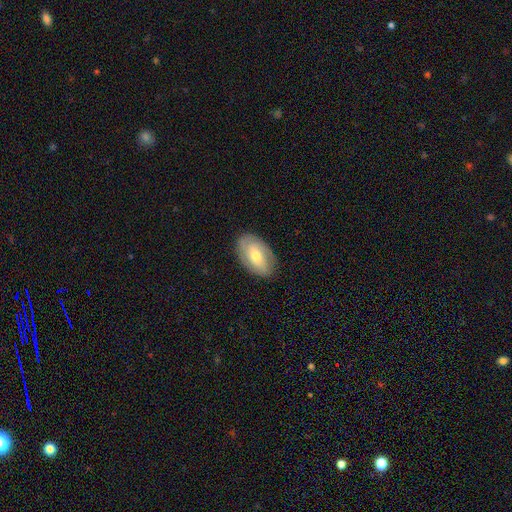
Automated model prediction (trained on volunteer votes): Morphology: type=featured or disk (48%); merging=none (83%).